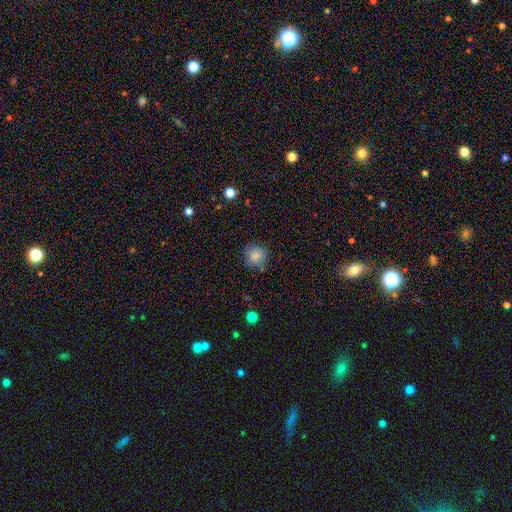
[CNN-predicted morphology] Smooth or featured: smooth — 84% (star or artifact — 10%)
How rounded: round — 88% (in between — 11%)
Merging: none — 77% (minor disturbance — 16%)